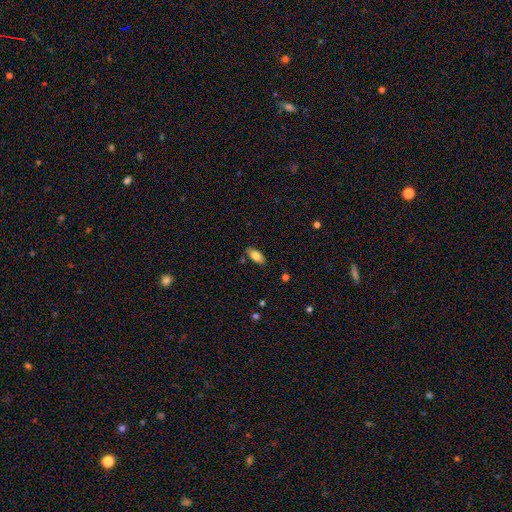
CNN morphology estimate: Smooth or featured? Predicted: smooth (p=0.81). How rounded? Predicted: in between (p=0.90). Merging? Predicted: none (p=0.83).